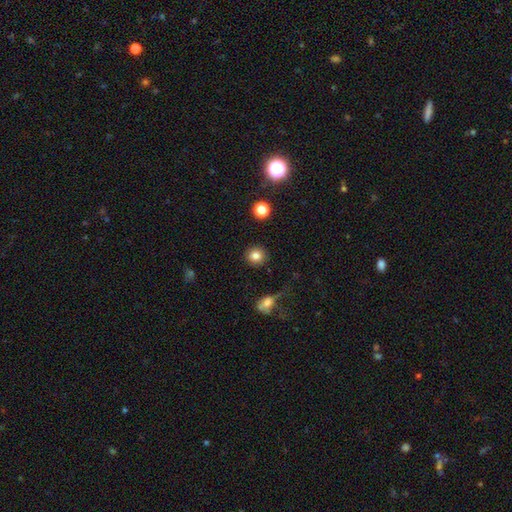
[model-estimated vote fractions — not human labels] A smooth galaxy with no disk features (83%) that is round (89%).

Vote fractions:
- Smooth or featured? smooth: 83% / star or artifact: 11% / featured or disk: 6%
- How rounded? round: 89% / in between: 10% / cigar-shaped: 1%
- Merging? none: 89% / minor disturbance: 6% / major disturbance: 2% / merger: 2%